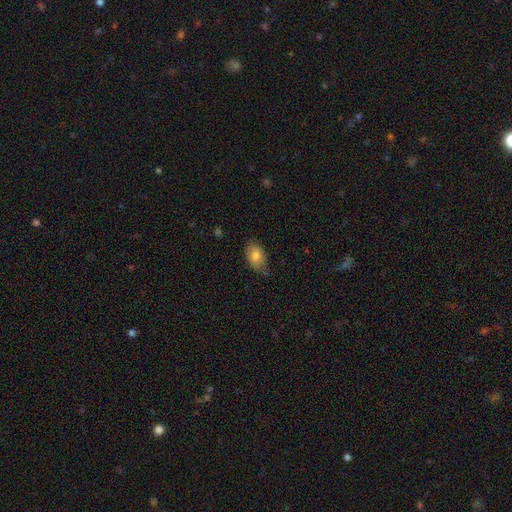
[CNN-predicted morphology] A smooth galaxy with no disk features (78%) that is in between round and cigar-shaped (91%). Merging: none (69%).